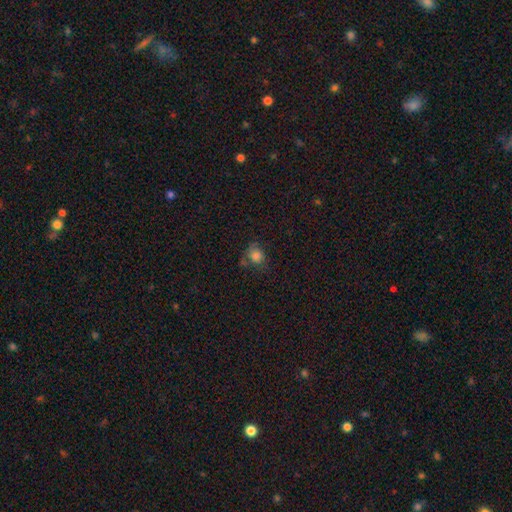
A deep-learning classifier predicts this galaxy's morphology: This is likely a smooth galaxy (78%). How rounded: likely round (73%). Merging: possibly none (56%).